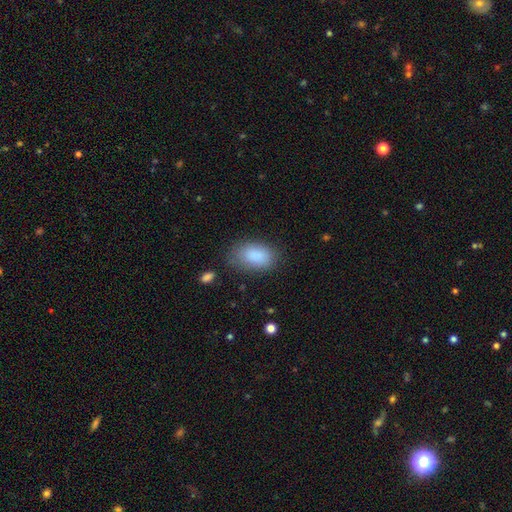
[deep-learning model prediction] A smooth galaxy with no disk features (88%) that is in between round and cigar-shaped (91%).

Vote fractions:
- Smooth or featured? smooth: 88% / star or artifact: 7% / featured or disk: 5%
- How rounded? in between: 91% / round: 8% / cigar-shaped: 2%
- Merging? none: 74% / minor disturbance: 18% / major disturbance: 6% / merger: 2%